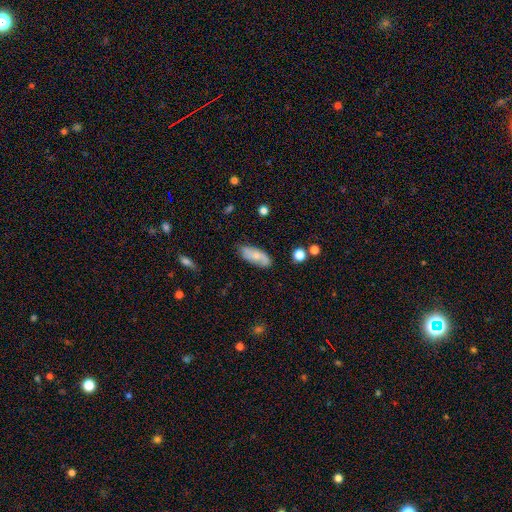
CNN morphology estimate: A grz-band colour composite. It shows a smooth galaxy with no disk features (58%) that is in between round and cigar-shaped (82%). Merging: none (73%).